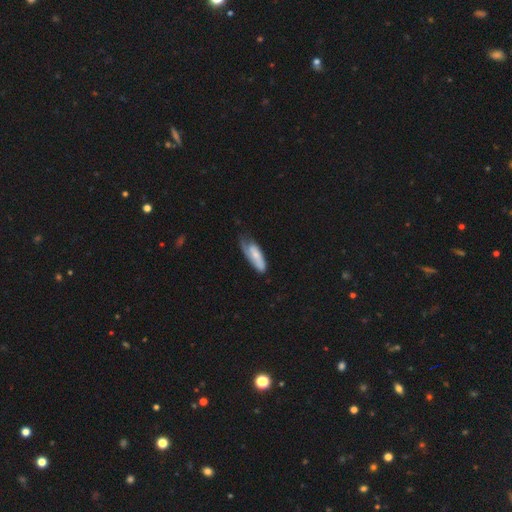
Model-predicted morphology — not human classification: A smooth galaxy with no disk features (51%) that is in between round and cigar-shaped (64%). Merging: none (42%).